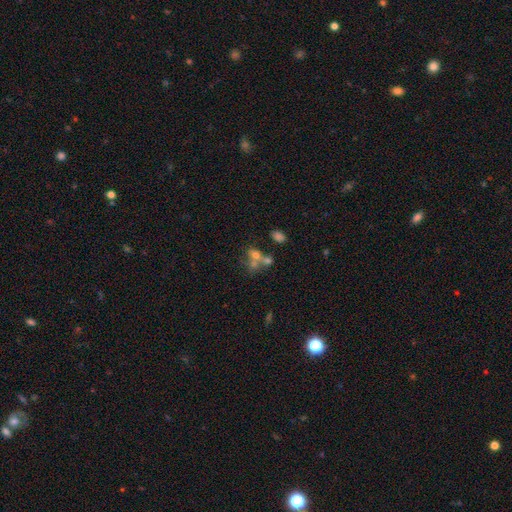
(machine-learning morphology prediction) A smooth galaxy with no disk features (55%) that is in between round and cigar-shaped (50%). Merging: merger (52%).